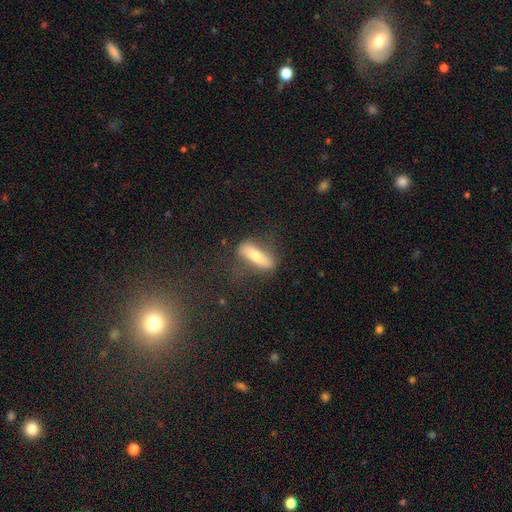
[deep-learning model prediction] Overall: smooth (65%; featured or disk 29%). How rounded: cigar-shaped (55%; in between 42%). Merging: none (63%).